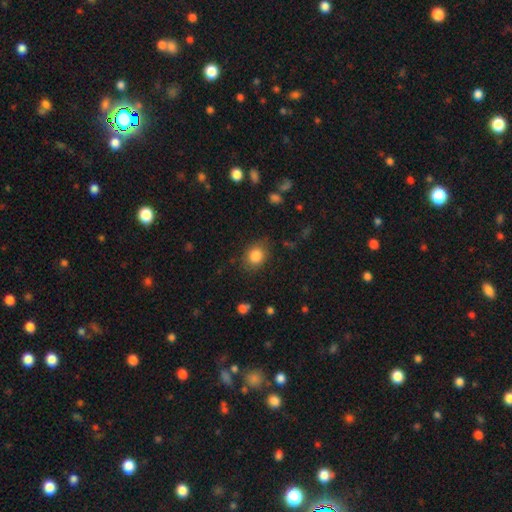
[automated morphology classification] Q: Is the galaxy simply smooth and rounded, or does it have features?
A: smooth — 84%.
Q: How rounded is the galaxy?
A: round — 59%.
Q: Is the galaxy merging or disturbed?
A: none — 79%.